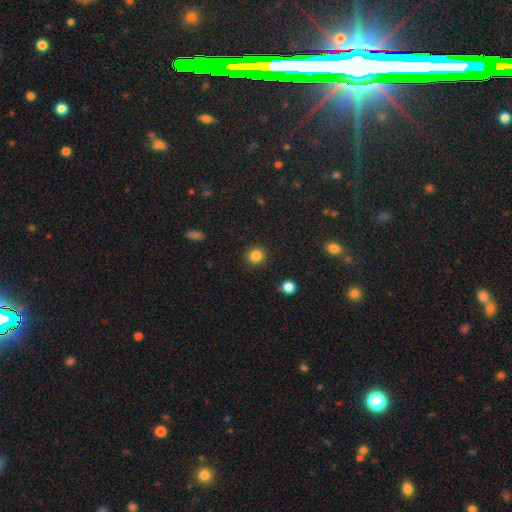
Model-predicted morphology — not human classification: Smooth or featured: smooth — 85% (star or artifact — 11%)
How rounded: round — 92% (in between — 7%)
Merging: none — 92% (minor disturbance — 5%)